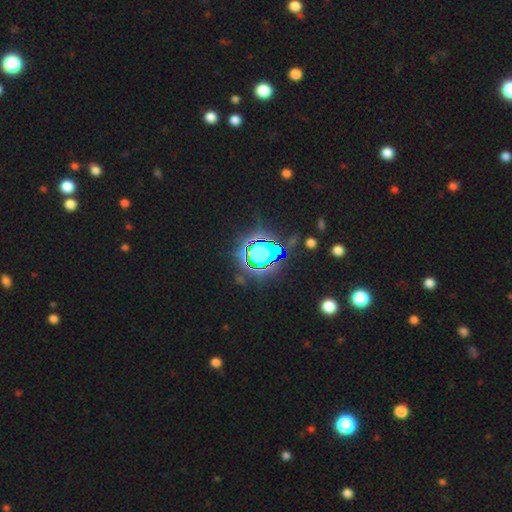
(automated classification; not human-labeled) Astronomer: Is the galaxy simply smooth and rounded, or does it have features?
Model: star or artifact — 81%.